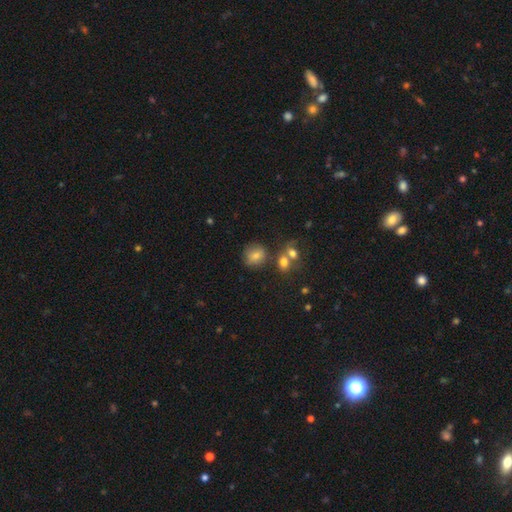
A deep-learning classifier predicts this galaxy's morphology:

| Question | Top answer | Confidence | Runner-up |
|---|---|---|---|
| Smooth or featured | smooth | 77% | star or artifact (12%) |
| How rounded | round | 72% | in between (26%) |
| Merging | none | 67% | minor disturbance (14%) |